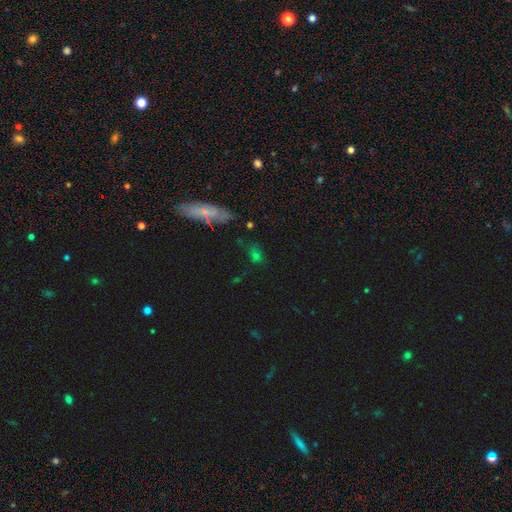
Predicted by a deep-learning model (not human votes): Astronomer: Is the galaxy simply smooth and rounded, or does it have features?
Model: smooth — 51% (runner-up: star or artifact, 34%).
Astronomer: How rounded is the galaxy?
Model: in between — 62%.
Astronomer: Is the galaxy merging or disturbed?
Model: none — 63%.